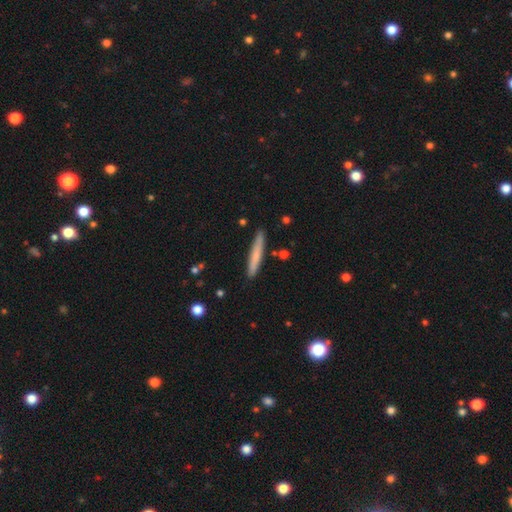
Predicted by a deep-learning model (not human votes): Q: Smooth or featured?
A: smooth (68%); runner-up: featured or disk (26%)
Q: How rounded?
A: cigar-shaped (95%); runner-up: in between (3%)
Q: Merging?
A: none (87%); runner-up: minor disturbance (9%)